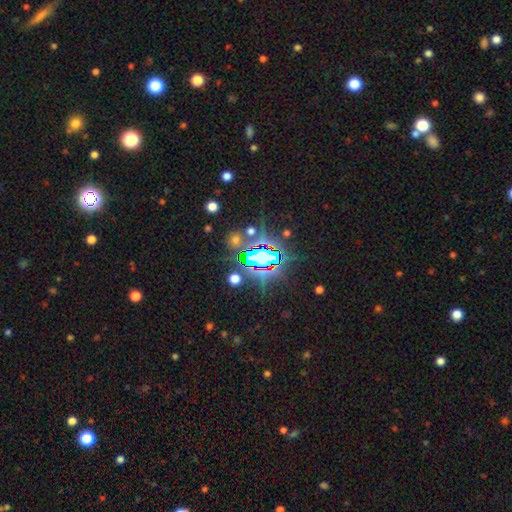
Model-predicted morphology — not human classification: A star or artifact, not a galaxy (85%).